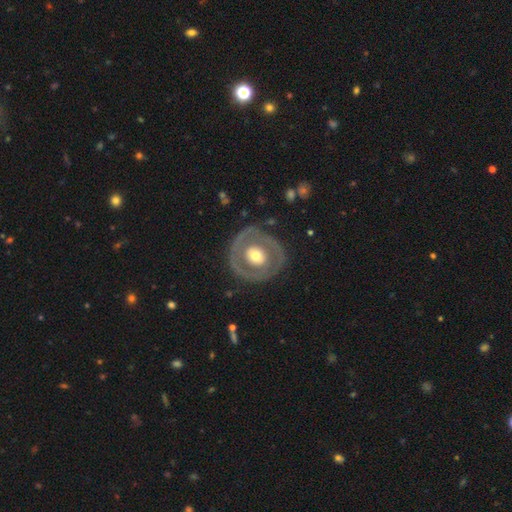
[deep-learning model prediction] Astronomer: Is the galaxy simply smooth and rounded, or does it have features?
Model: featured or disk — 59% (runner-up: smooth, 37%).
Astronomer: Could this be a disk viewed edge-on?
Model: no — 95%.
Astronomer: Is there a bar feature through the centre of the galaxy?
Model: no — 83%.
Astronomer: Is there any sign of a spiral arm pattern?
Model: no — 81%.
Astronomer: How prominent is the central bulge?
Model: moderate — 64%.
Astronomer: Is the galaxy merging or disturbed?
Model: none — 79%.